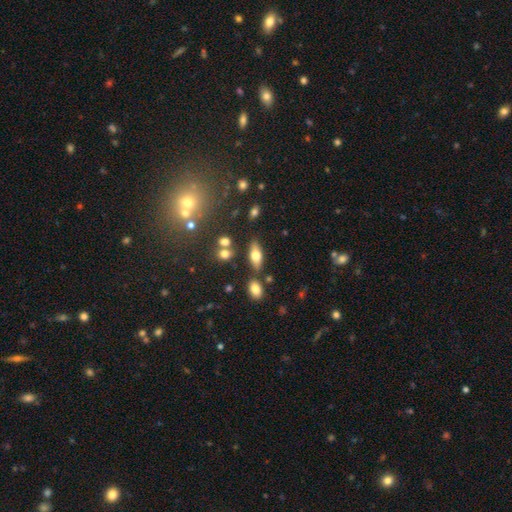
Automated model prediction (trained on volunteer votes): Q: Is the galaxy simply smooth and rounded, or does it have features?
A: smooth — 64%.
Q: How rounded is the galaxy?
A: in between — 79%.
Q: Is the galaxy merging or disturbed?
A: none — 73%.